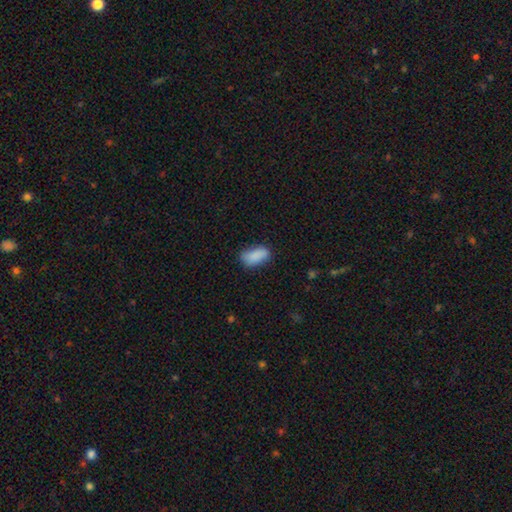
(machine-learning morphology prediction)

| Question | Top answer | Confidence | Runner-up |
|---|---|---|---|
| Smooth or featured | smooth | 86% | star or artifact (8%) |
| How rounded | in between | 91% | cigar-shaped (6%) |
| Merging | none | 70% | minor disturbance (23%) |